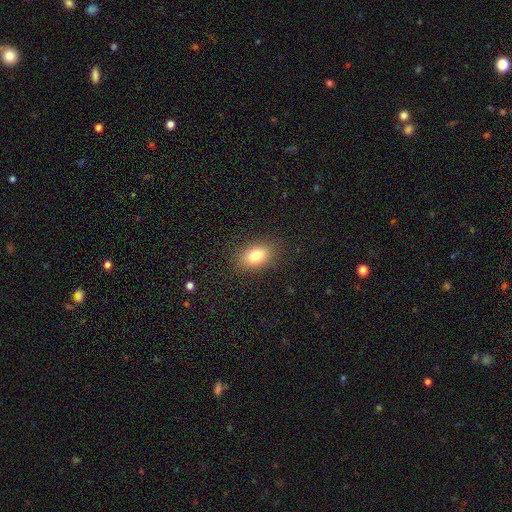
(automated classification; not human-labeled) A smooth galaxy with no disk features (81%) that is in between round and cigar-shaped (82%).

Vote fractions:
- Smooth or featured? smooth: 81% / star or artifact: 10% / featured or disk: 10%
- How rounded? in between: 82% / round: 16% / cigar-shaped: 2%
- Merging? none: 86% / minor disturbance: 9% / major disturbance: 3% / merger: 1%